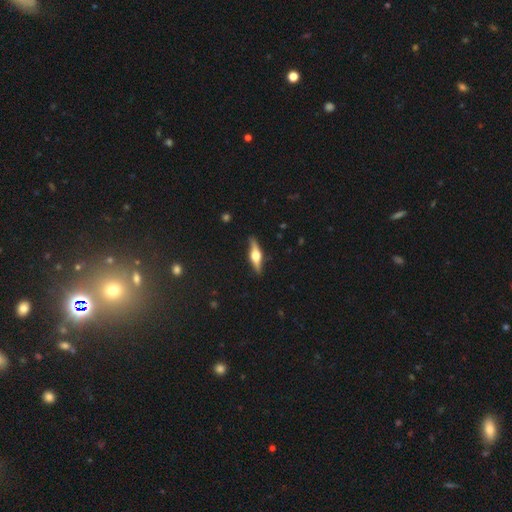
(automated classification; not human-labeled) Overall: featured or disk (72%). Edge-on disk: yes (96%). Edge-on bulge: rounded (94%). Merging: none (87%).